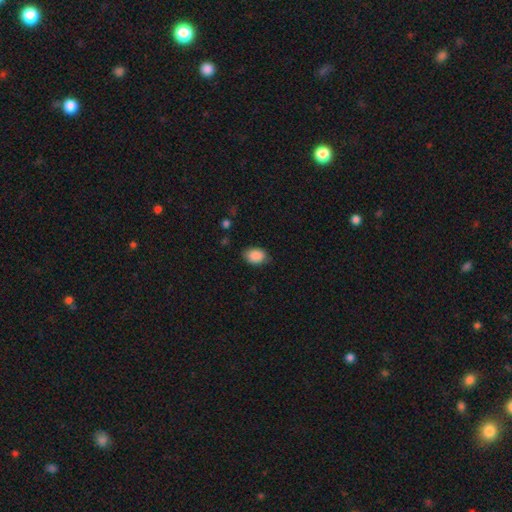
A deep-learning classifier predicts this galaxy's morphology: Smooth or featured: smooth — 88% (star or artifact — 7%)
How rounded: in between — 79% (round — 20%)
Merging: none — 77% (minor disturbance — 18%)